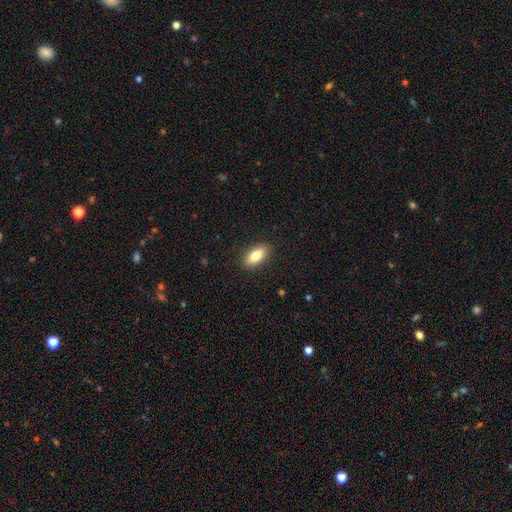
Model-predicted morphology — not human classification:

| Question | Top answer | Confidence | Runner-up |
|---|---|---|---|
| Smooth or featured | smooth | 82% | featured or disk (11%) |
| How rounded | in between | 88% | cigar-shaped (9%) |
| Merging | none | 89% | minor disturbance (8%) |